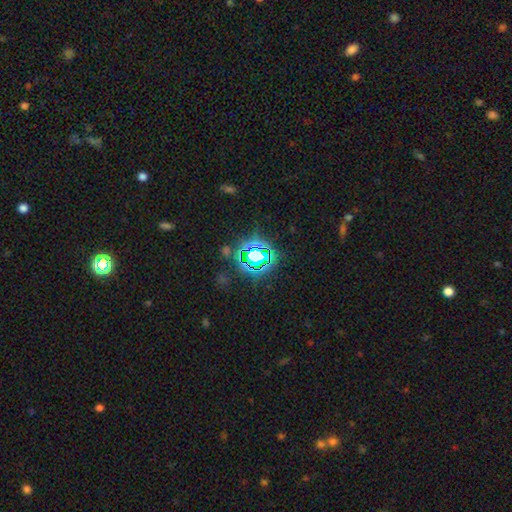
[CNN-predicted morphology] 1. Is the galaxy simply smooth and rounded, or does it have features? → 72% star or artifact, 17% smooth, 11% featured or disk.